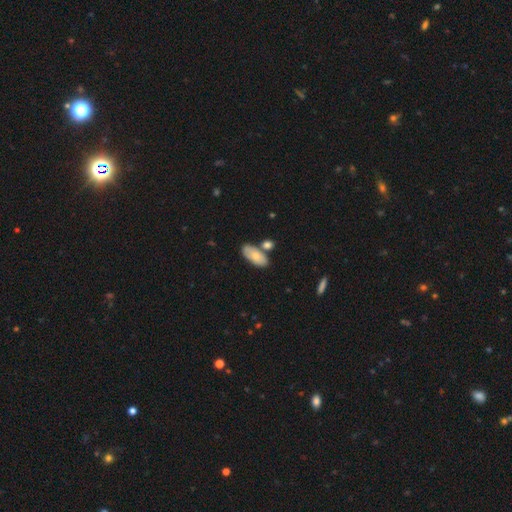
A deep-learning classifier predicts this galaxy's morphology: Smooth or featured? smooth (73%)
How rounded? in between (90%)
Merging? none (66%)